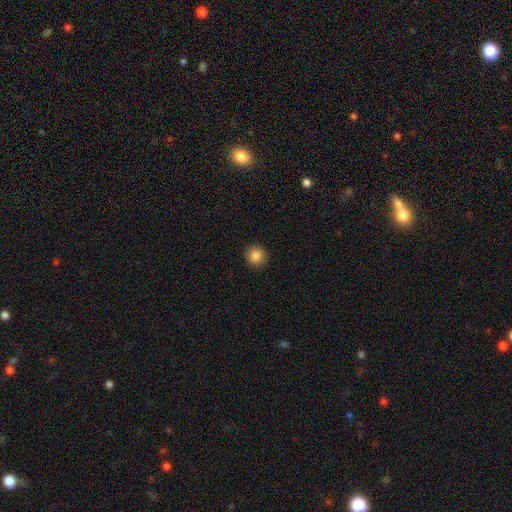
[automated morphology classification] A smooth galaxy with no disk features (85%) that is round (89%). Merging: none (91%).